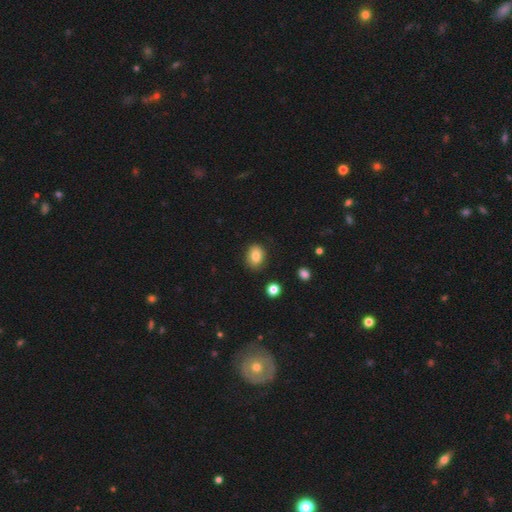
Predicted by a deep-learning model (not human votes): A smooth galaxy with no disk features (82%) that is in between round and cigar-shaped (60%). Merging: none (83%).